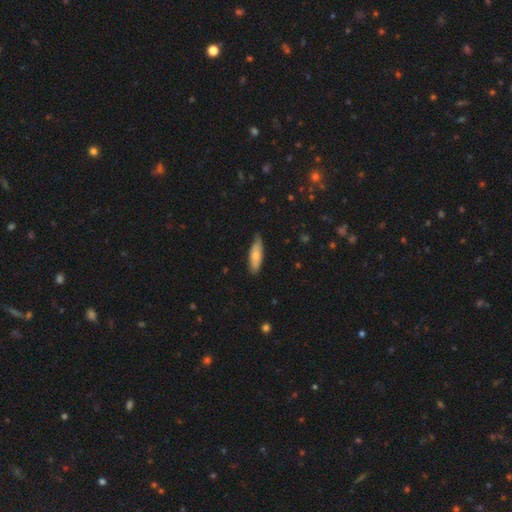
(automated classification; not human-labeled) Morphology: type=smooth (70%); roundness=cigar-shaped (52%); merging=none (73%).